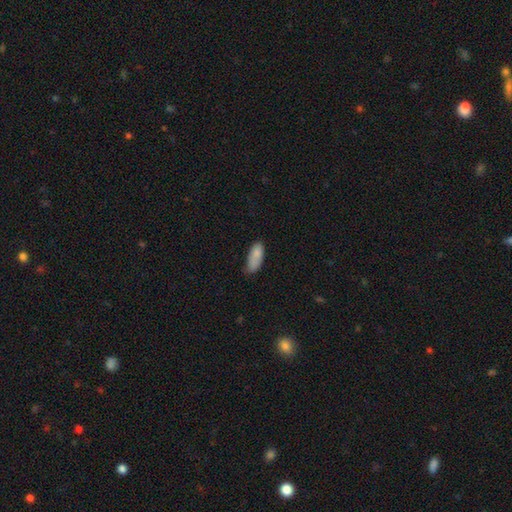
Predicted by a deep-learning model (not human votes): smooth 85%, featured or disk 8%, star or artifact 7%. Down the decision tree: how rounded — in between (84%); merging — none (52%).